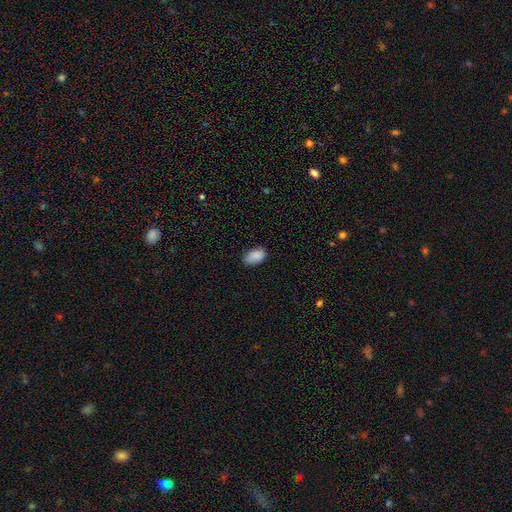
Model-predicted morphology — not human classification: A smooth galaxy with no disk features (88%) that is in between round and cigar-shaped (91%). Merging: none (74%).